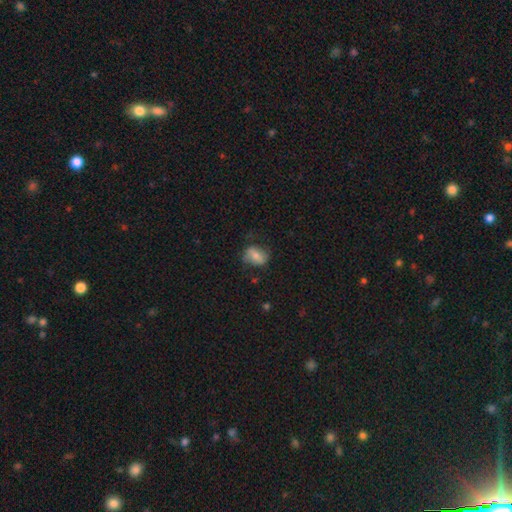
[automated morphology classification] Q: Smooth or featured?
A: smooth (63%); runner-up: featured or disk (28%)
Q: How rounded?
A: in between (72%); runner-up: round (27%)
Q: Merging?
A: none (63%); runner-up: minor disturbance (24%)